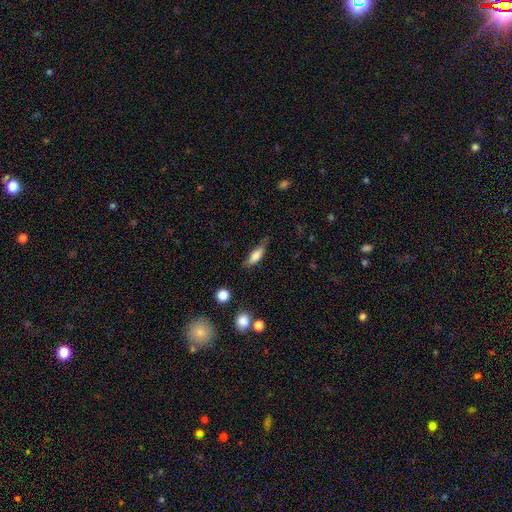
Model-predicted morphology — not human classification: A smooth galaxy with no disk features (70%) that is in between round and cigar-shaped (56%).

Vote fractions:
- Smooth or featured? smooth: 70% / featured or disk: 22% / star or artifact: 8%
- How rounded? in between: 56% / cigar-shaped: 41% / round: 3%
- Merging? none: 61% / minor disturbance: 28% / major disturbance: 8% / merger: 3%